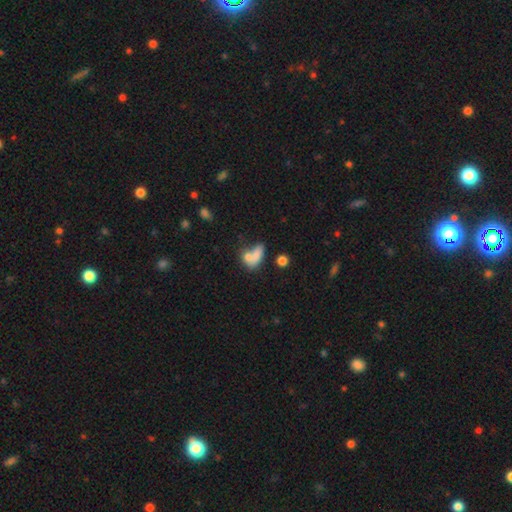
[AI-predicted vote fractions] smooth-or-featured: smooth: 72% | featured or disk: 17% | star or artifact: 11%
  how-rounded: in between: 72% | round: 20% | cigar-shaped: 9%
  merging: merger: 50% | none: 27% | minor disturbance: 12% | major disturbance: 11%